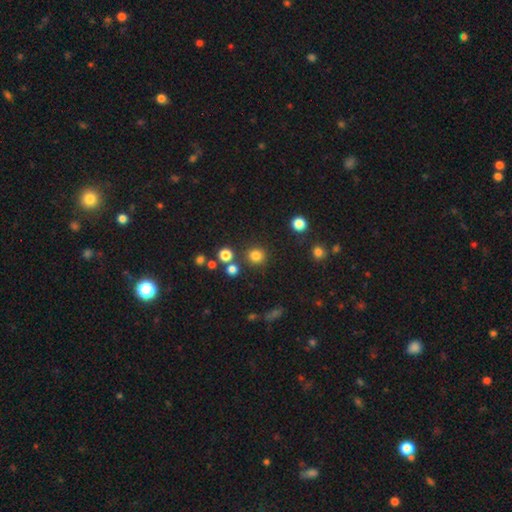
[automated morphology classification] Smooth or featured?
  - smooth: 81% *
  - star or artifact: 14%
  - featured or disk: 5%
How rounded?
  - round: 91% *
  - in between: 8%
  - cigar-shaped: 1%
Merging?
  - none: 85% *
  - minor disturbance: 7%
  - merger: 5%
  - major disturbance: 3%